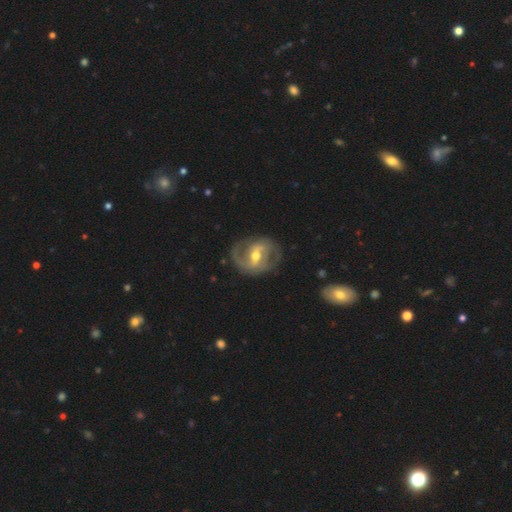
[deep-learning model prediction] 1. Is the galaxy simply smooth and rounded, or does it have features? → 85% featured or disk, 10% smooth, 5% star or artifact.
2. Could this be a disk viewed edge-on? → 97% no, 3% yes.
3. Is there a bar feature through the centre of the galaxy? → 44% weak, 40% strong, 16% no.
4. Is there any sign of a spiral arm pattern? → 91% yes, 9% no.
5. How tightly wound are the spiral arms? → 46% medium, 32% tight, 22% loose.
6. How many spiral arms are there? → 77% 2, 9% can't tell, 6% 3, 5% 1, 2% 4, 2% more than 4.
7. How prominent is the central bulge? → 73% moderate, 20% small, 5% large, 1% none, 1% dominant.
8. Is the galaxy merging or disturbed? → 73% none, 17% minor disturbance, 8% major disturbance, 2% merger.